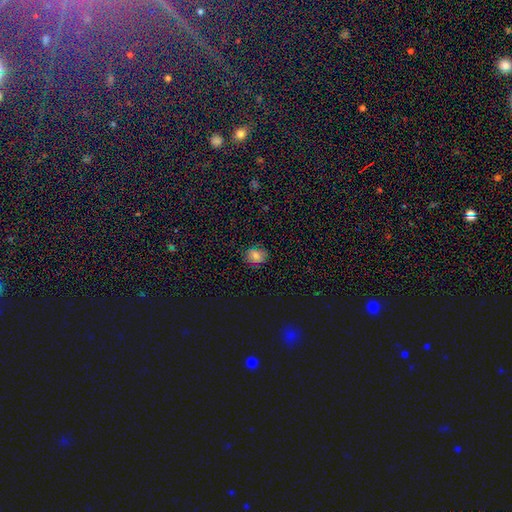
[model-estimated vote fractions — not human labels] Smooth or featured?
  - smooth: 74% *
  - star or artifact: 16%
  - featured or disk: 10%
How rounded?
  - round: 65% *
  - in between: 34%
  - cigar-shaped: 1%
Merging?
  - none: 83% *
  - minor disturbance: 13%
  - major disturbance: 3%
  - merger: 1%